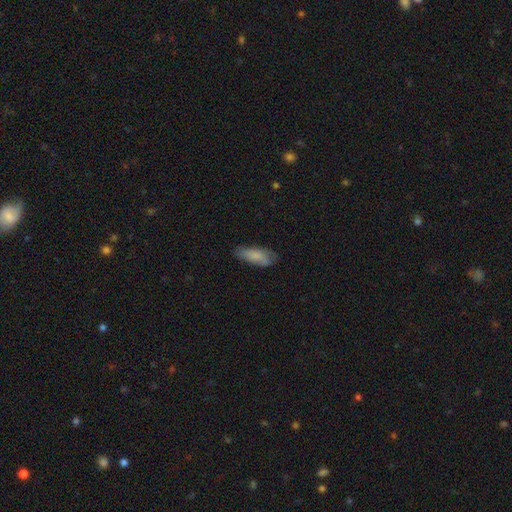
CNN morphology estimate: smooth 77%, featured or disk 17%, star or artifact 6%. Down the decision tree: how rounded — in between (72%); merging — none (66%).